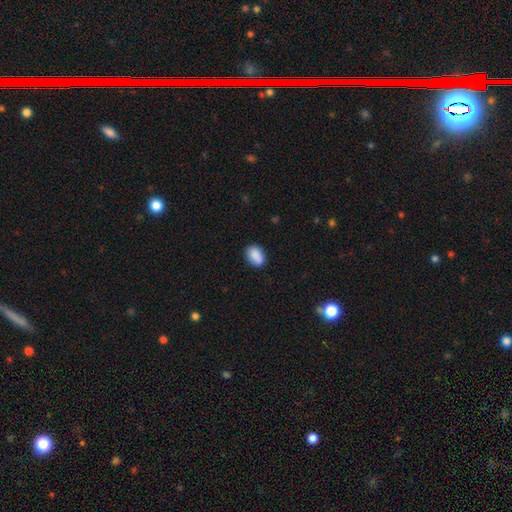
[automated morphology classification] A smooth galaxy with no disk features (88%) that is in between round and cigar-shaped (81%). Merging: none (81%).